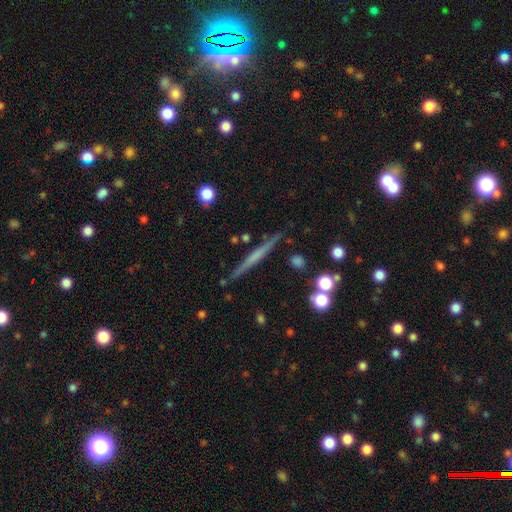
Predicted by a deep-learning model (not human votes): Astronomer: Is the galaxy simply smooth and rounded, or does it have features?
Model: featured or disk — 57% (runner-up: smooth, 36%).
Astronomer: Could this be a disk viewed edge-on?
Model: yes — 97%.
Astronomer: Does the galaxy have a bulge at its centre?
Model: none — 75%.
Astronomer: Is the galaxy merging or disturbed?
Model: none — 88%.